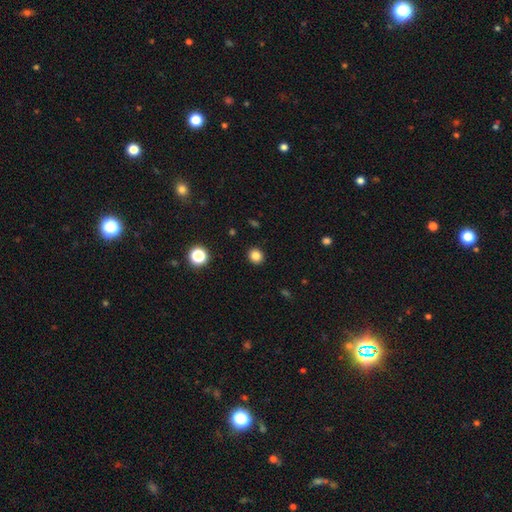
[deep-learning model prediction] smooth-or-featured: smooth: 83% | star or artifact: 13% | featured or disk: 4%
  how-rounded: round: 85% | in between: 14% | cigar-shaped: 1%
  merging: none: 92% | minor disturbance: 5% | major disturbance: 2% | merger: 1%